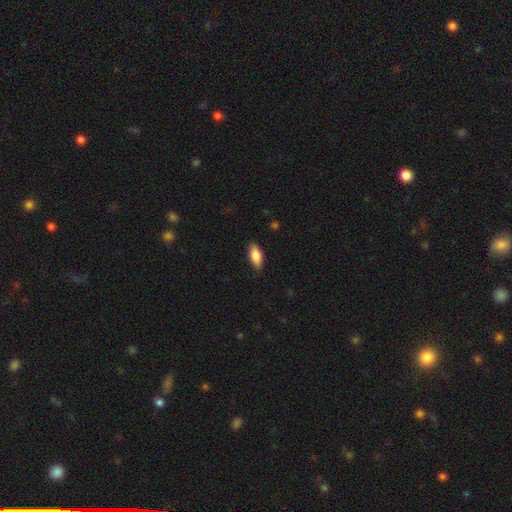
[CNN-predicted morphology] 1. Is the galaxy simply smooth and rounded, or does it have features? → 84% smooth, 9% featured or disk, 6% star or artifact.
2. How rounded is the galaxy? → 86% in between, 12% cigar-shaped, 2% round.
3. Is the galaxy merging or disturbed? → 84% none, 13% minor disturbance, 2% major disturbance, 1% merger.